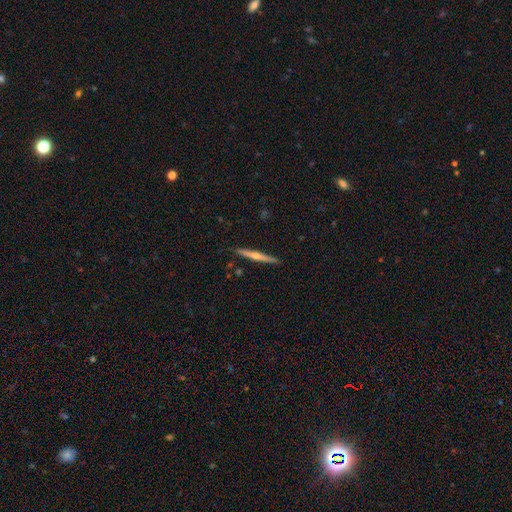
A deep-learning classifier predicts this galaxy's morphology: smooth_or_featured: featured or disk (p=0.70) [alt: smooth p=0.24]
disk_edge_on: yes (p=0.98) [alt: no p=0.02]
edge_on_bulge: rounded (p=0.84) [alt: none p=0.13]
merging: none (p=0.91) [alt: minor disturbance p=0.07]